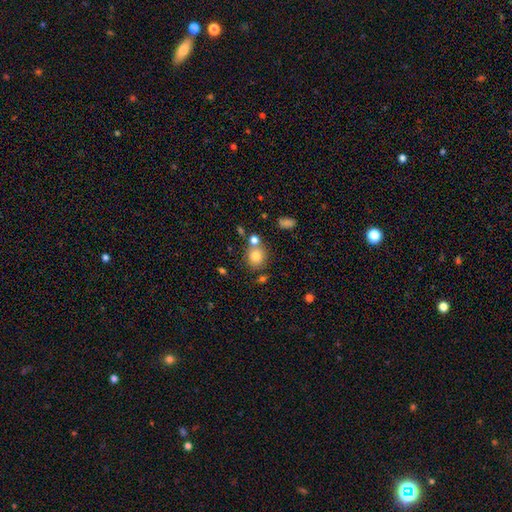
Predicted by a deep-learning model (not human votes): A smooth galaxy with no disk features (79%) that is round (81%). Merging: none (65%).